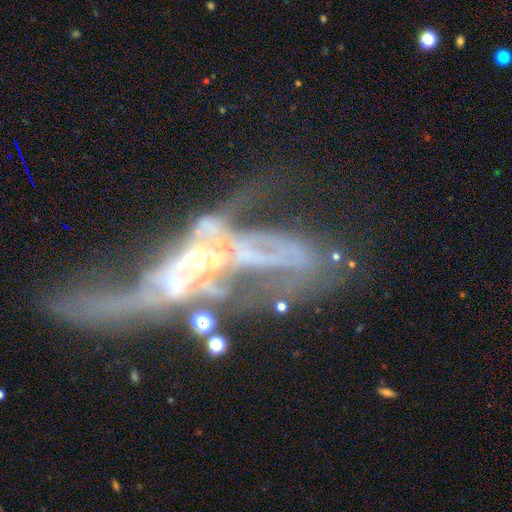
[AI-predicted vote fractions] A featured or disk galaxy (69%) with no bar (70%), no spiral arms (64%) and no central bulge (34%).

Vote fractions:
- Smooth or featured? featured or disk: 69% / star or artifact: 17% / smooth: 14%
- Edge-on disk? no: 89% / yes: 11%
- Bar? no: 70% / weak: 17% / strong: 14%
- Spiral arms? no: 64% / yes: 36%
- Bulge size? none: 34% / small: 29% / moderate: 28% / large: 6% / dominant: 3%
- Merging? merger: 53% / major disturbance: 30% / none: 10% / minor disturbance: 7%